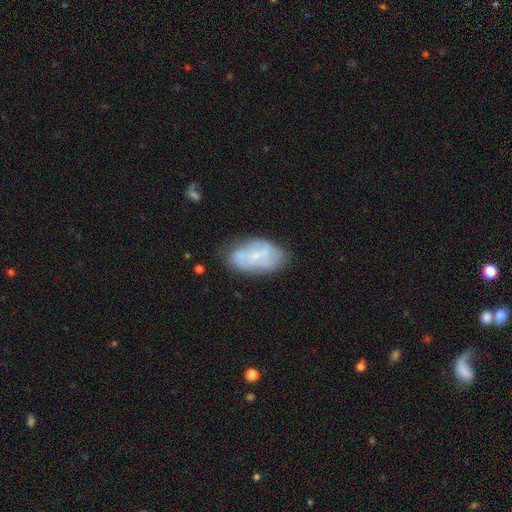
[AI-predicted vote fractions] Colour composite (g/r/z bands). It shows a featured or disk galaxy (56%) with no bar (60%), spiral arms (68%) and a small central bulge (72%). Merging: none (69%).